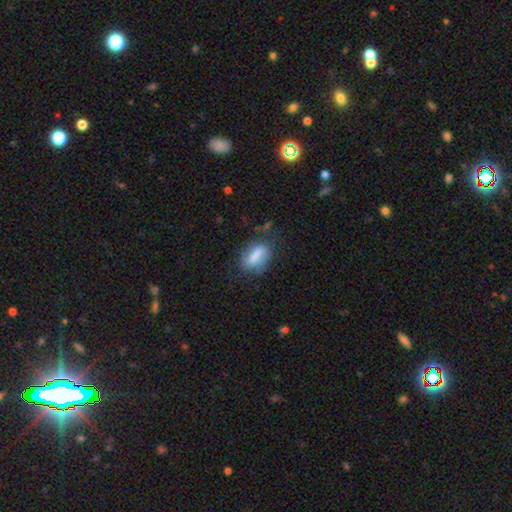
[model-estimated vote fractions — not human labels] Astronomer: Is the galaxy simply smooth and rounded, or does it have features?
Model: smooth — 72%.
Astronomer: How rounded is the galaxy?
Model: in between — 72%.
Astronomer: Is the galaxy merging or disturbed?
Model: none — 64%.